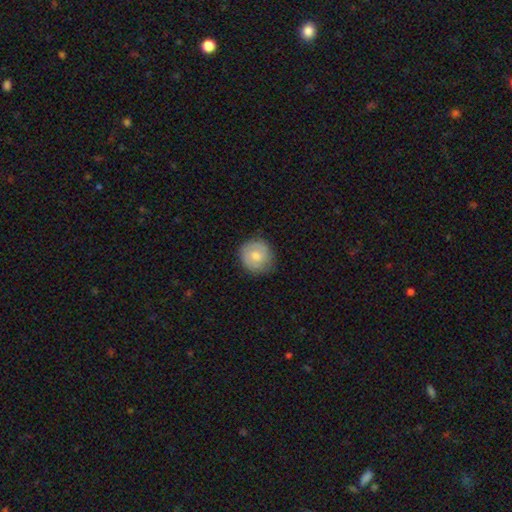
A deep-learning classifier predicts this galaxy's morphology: The model was most divided on "smooth or featured": smooth: 62%, featured or disk: 32%, star or artifact: 7%. More confident: how rounded — round (89%); merging — none (81%).